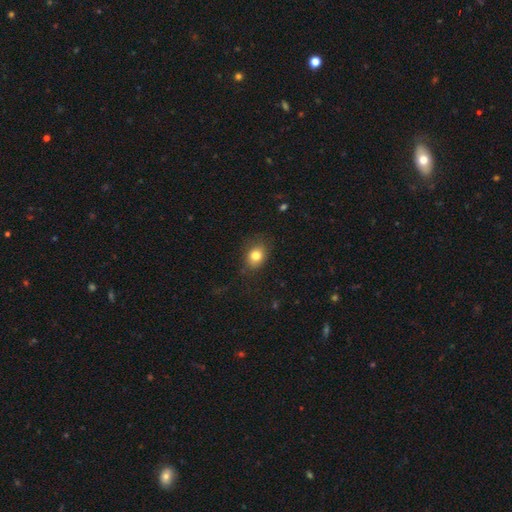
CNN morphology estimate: type=smooth (81%); roundness=in between (52%); merging=none (76%).